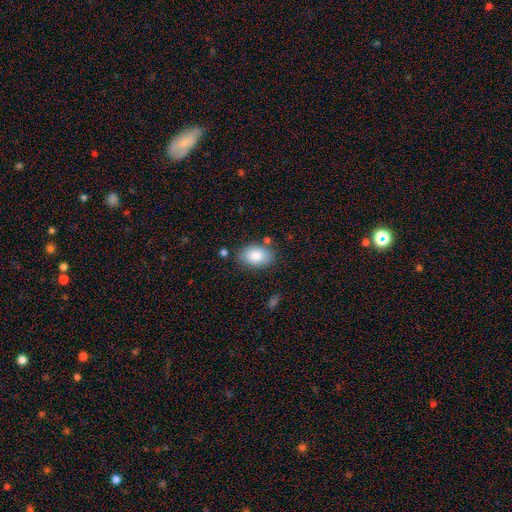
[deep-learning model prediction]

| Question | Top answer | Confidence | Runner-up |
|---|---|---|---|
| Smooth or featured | smooth | 83% | featured or disk (10%) |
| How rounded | in between | 89% | round (10%) |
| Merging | none | 80% | minor disturbance (13%) |